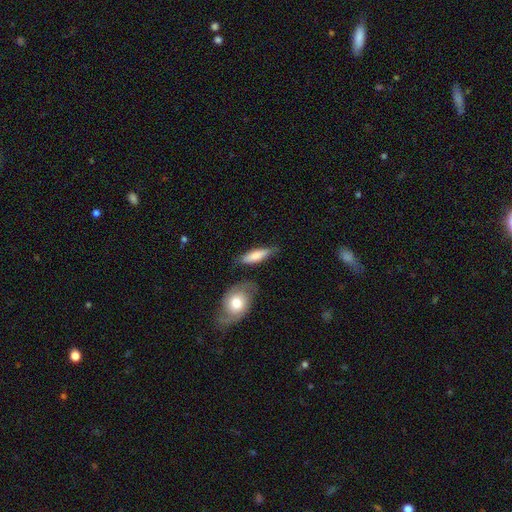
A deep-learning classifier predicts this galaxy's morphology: The model was most divided on "how rounded": cigar-shaped: 50%, in between: 47%, round: 3%. More confident: smooth or featured — smooth (73%); merging — none (66%).